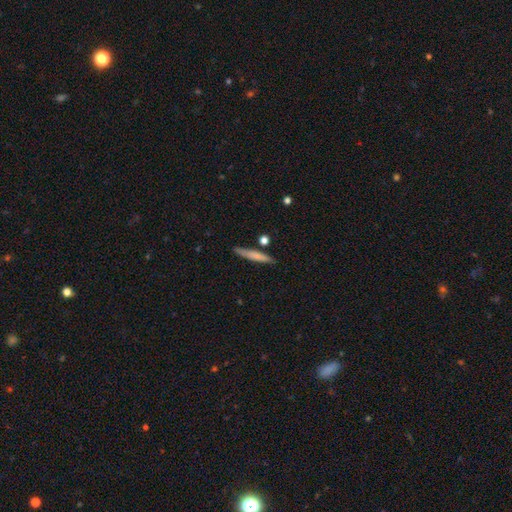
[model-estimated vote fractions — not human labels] Overall: smooth (69%). How rounded: cigar-shaped (93%). Merging: none (81%).